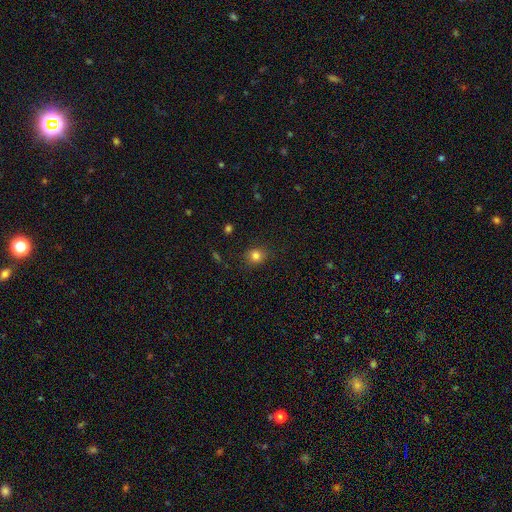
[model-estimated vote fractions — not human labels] A smooth galaxy with no disk features (81%) that is round (76%).

Vote fractions:
- Smooth or featured? smooth: 81% / star or artifact: 12% / featured or disk: 6%
- How rounded? round: 76% / in between: 23% / cigar-shaped: 1%
- Merging? none: 87% / minor disturbance: 9% / major disturbance: 3% / merger: 1%